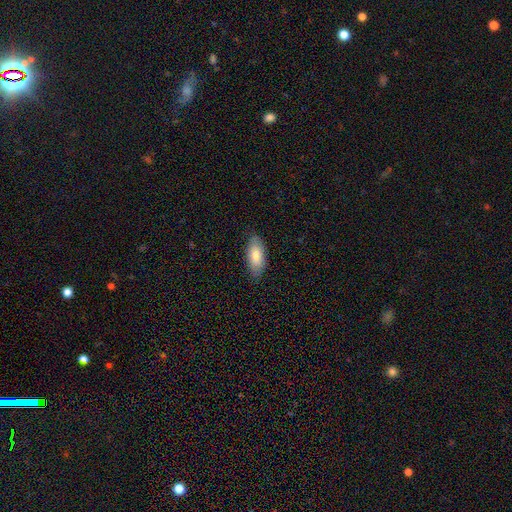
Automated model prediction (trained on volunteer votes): Morphology: type=smooth (82%); roundness=in between (85%); merging=none (82%).